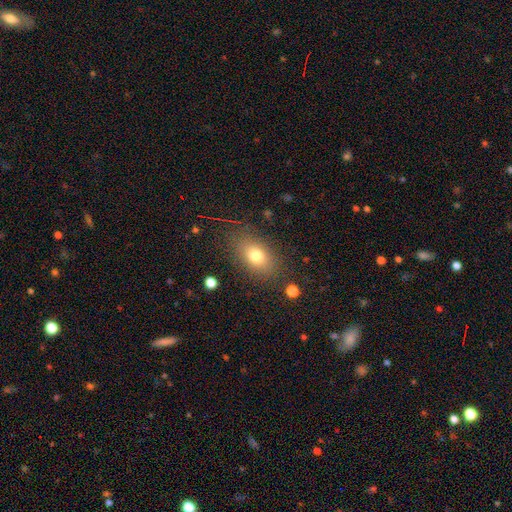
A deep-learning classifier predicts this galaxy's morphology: Smooth or featured? smooth (76%)
How rounded? in between (79%)
Merging? none (80%)